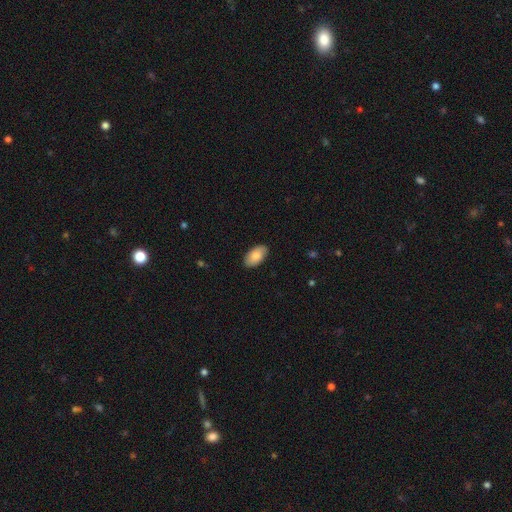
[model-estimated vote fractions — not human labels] smooth 85%, featured or disk 9%, star or artifact 6%. Down the decision tree: how rounded — in between (96%); merging — none (88%).